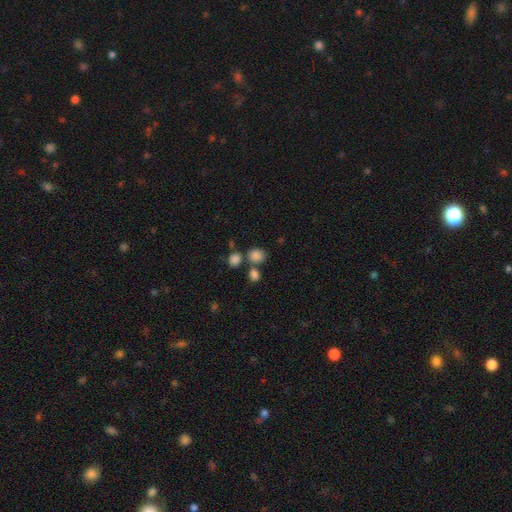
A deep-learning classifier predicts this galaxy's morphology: Q: Smooth or featured?
A: smooth (84%); runner-up: star or artifact (11%)
Q: How rounded?
A: round (68%); runner-up: in between (31%)
Q: Merging?
A: none (58%); runner-up: merger (28%)